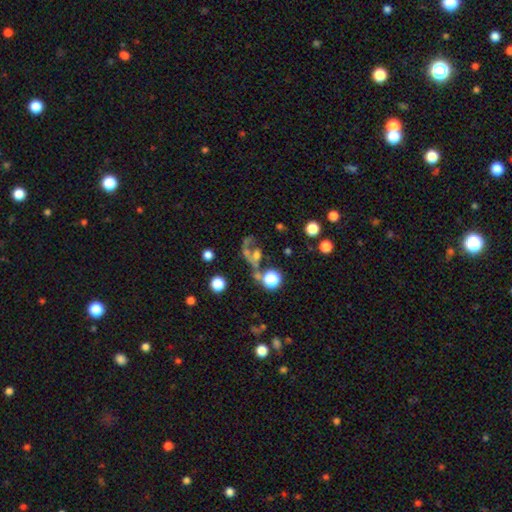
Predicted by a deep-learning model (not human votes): Q: Smooth or featured?
A: featured or disk (40%); runner-up: smooth (34%)
Q: Merging?
A: merger (31%); runner-up: none (29%)